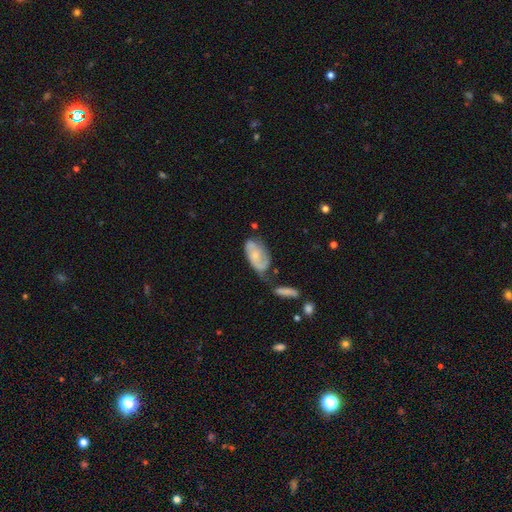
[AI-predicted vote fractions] Morphology: type=featured or disk (57%); edge-on=no (94%); bar=no (72%); spiral arms=yes (80%); bulge=small (60%); merging=none (36%).